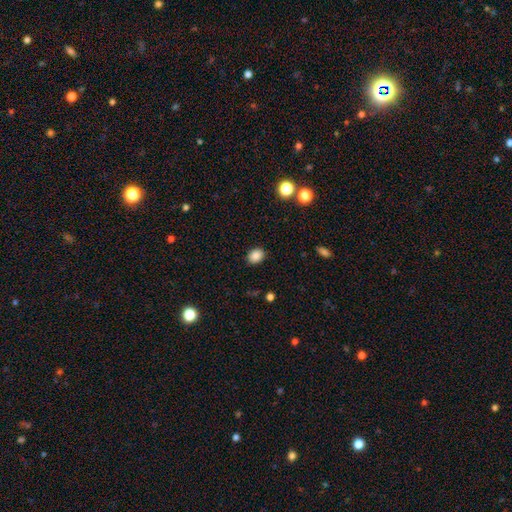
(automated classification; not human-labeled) Smooth or featured?
  - smooth: 87% *
  - star or artifact: 10%
  - featured or disk: 3%
How rounded?
  - in between: 58% *
  - round: 41%
  - cigar-shaped: 1%
Merging?
  - none: 88% *
  - minor disturbance: 9%
  - major disturbance: 2%
  - merger: 1%